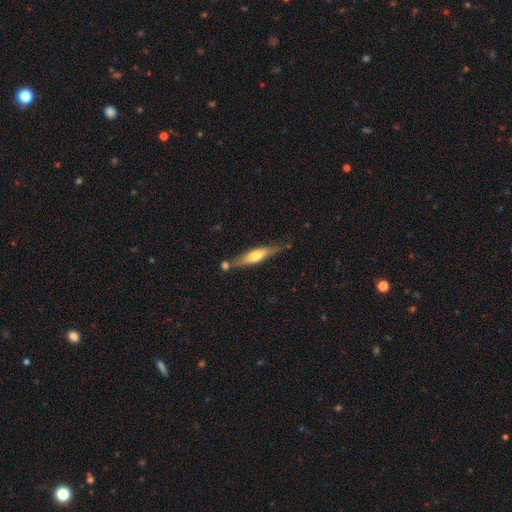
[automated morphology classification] Smooth or featured? featured or disk (50%)
Merging? none (67%)